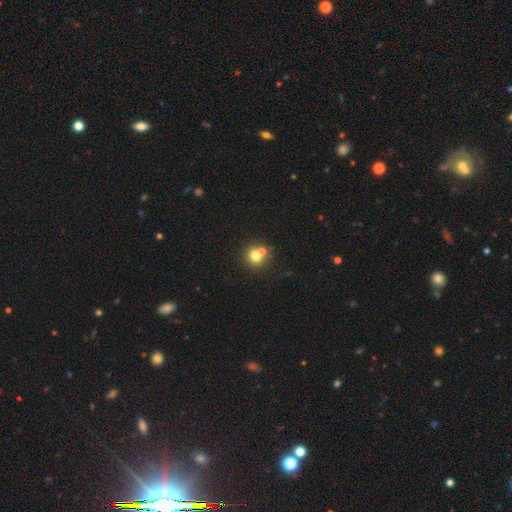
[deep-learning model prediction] This appears to be a smooth galaxy with no disk features (74%) that is round (83%). Merging: none (56%).